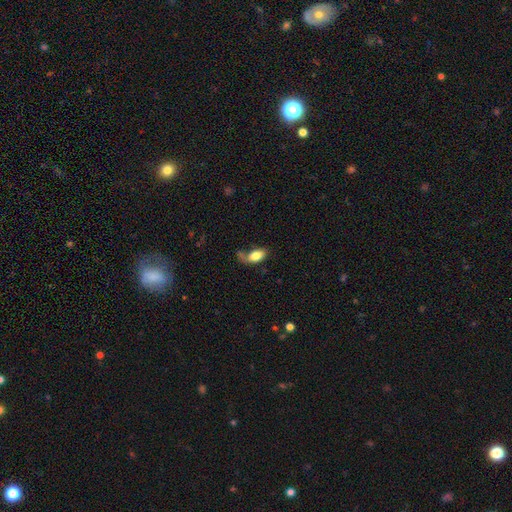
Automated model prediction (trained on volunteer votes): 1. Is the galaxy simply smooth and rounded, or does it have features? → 79% smooth, 14% featured or disk, 7% star or artifact.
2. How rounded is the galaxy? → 90% in between, 6% round, 4% cigar-shaped.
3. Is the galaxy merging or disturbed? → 42% none, 24% minor disturbance, 21% major disturbance, 13% merger.